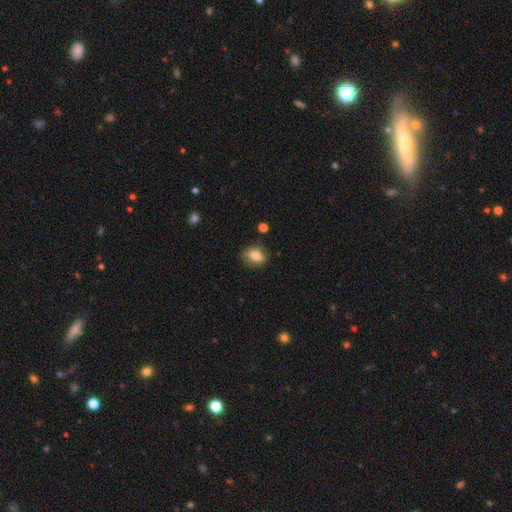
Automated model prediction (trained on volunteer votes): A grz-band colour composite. It shows a smooth galaxy with no disk features (76%) that is in between round and cigar-shaped (64%). Merging: none (78%).